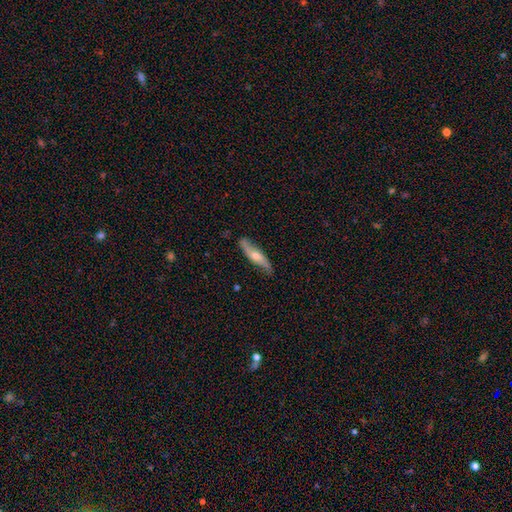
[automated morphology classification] Smooth or featured? Predicted: featured or disk (p=0.61). Edge-on disk? Predicted: no (p=0.56). Merging? Predicted: none (p=0.79).